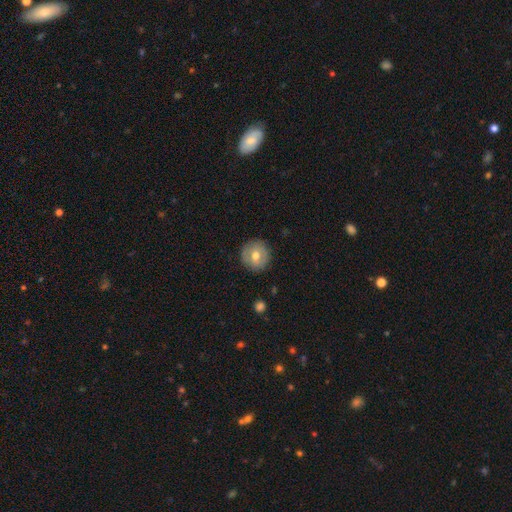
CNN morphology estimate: Smooth or featured? smooth (64%)
How rounded? round (93%)
Merging? none (88%)